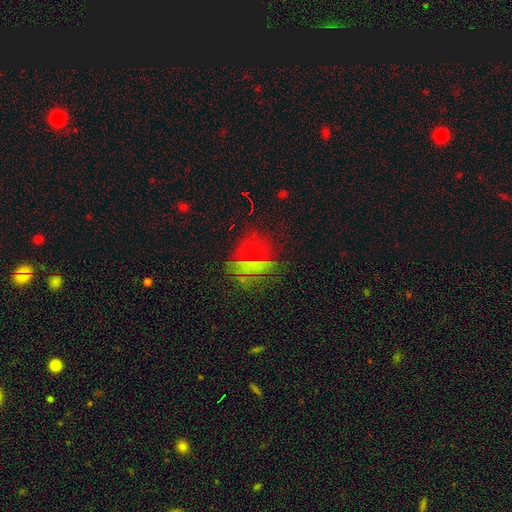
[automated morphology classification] Q: Smooth or featured?
A: smooth (39%); runner-up: star or artifact (33%)
Q: Merging?
A: none (59%); runner-up: major disturbance (20%)